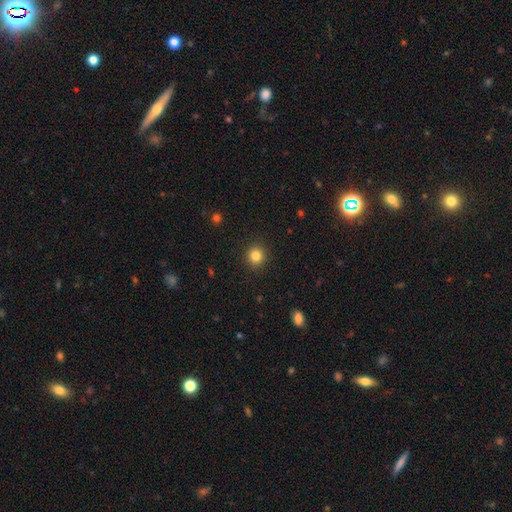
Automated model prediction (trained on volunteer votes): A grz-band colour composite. It shows a smooth galaxy with no disk features (84%) that is round (91%). Merging: none (91%).